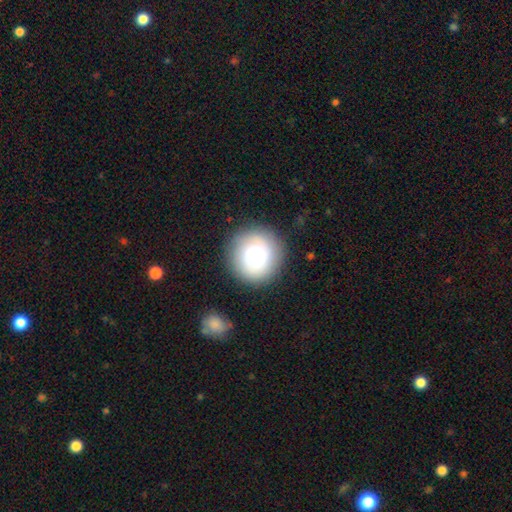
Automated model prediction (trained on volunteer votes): Smooth or featured? smooth (72%)
How rounded? round (95%)
Merging? none (88%)